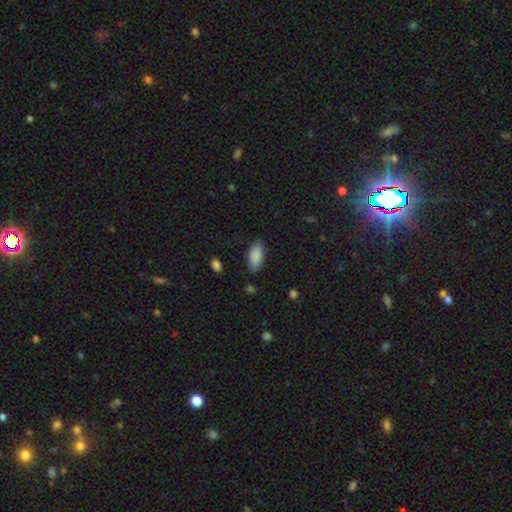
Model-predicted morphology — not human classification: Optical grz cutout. It shows a smooth galaxy with no disk features (87%) that is in between round and cigar-shaped (89%). Merging: none (77%).